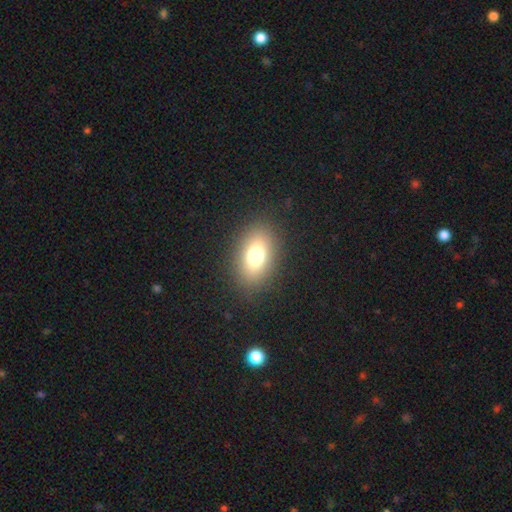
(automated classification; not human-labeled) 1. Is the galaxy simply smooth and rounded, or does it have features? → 73% smooth, 14% star or artifact, 13% featured or disk.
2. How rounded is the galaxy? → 79% in between, 19% round, 2% cigar-shaped.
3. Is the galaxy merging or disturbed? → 86% none, 9% minor disturbance, 4% major disturbance, 1% merger.